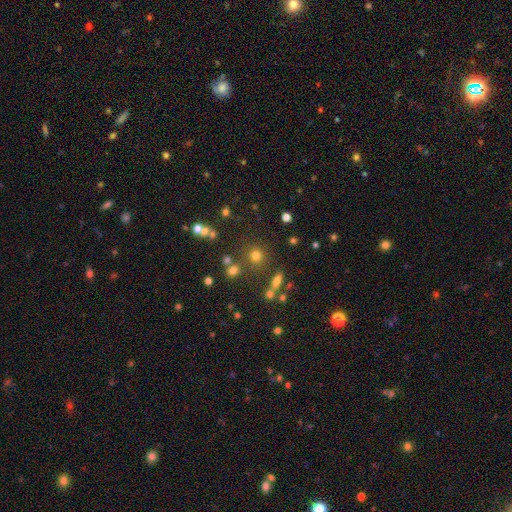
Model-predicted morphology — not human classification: This appears to be a smooth galaxy with no disk features (69%) that is round (90%). Merging: none (78%).